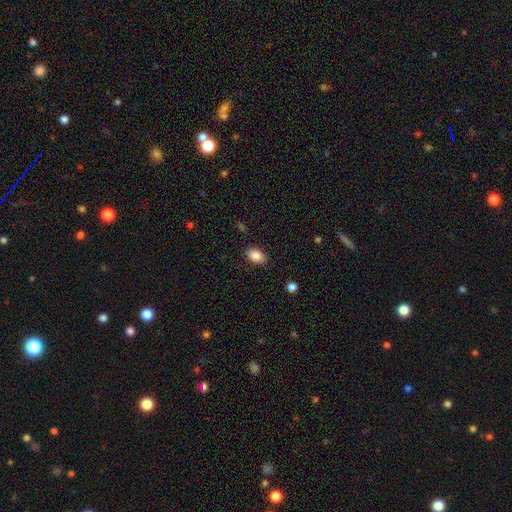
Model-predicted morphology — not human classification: smooth_or_featured: smooth (p=0.87) [alt: star or artifact p=0.08]
how_rounded: in between (p=0.87) [alt: round p=0.11]
merging: none (p=0.86) [alt: minor disturbance p=0.10]